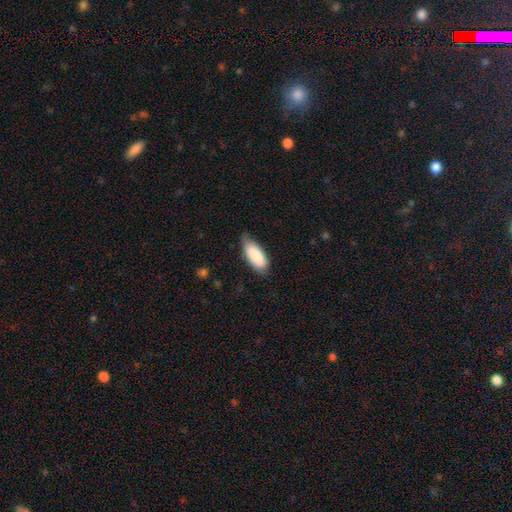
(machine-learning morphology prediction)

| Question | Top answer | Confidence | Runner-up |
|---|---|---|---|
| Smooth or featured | smooth | 87% | featured or disk (7%) |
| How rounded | in between | 84% | cigar-shaped (15%) |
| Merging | none | 68% | minor disturbance (27%) |